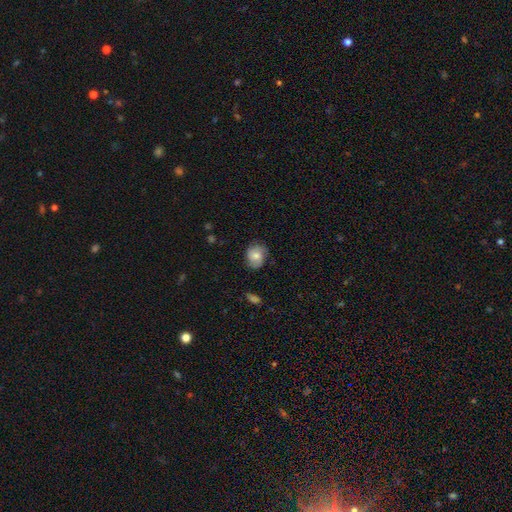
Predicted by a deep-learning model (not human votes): Smooth or featured? smooth (58%)
How rounded? round (63%)
Merging? none (70%)